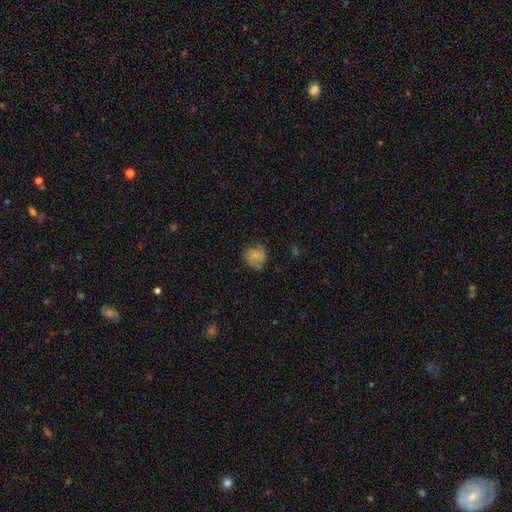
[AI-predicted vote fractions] Smooth or featured? smooth (75%)
How rounded? round (75%)
Merging? none (63%)